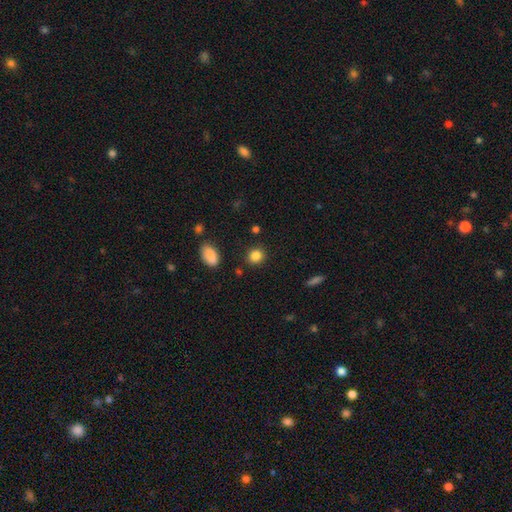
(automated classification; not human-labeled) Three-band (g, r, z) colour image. It shows a smooth galaxy with no disk features (86%) that is round (83%). Merging: none (88%).